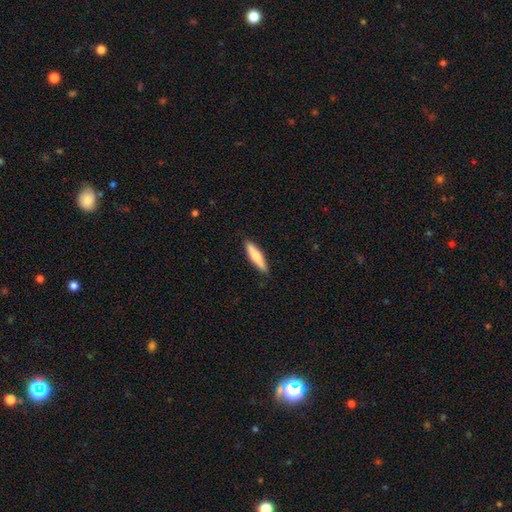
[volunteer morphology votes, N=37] This appears to be a smooth galaxy with no disk features (68%) that is cigar-shaped (76%). Merging: none (83%).